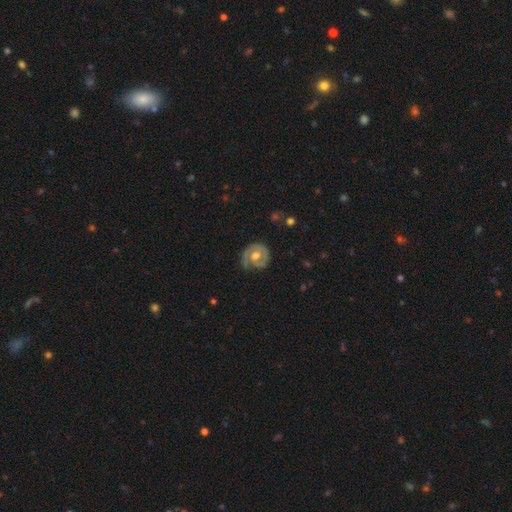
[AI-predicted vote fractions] This is likely a featured or disk galaxy (74%). It is clearly not viewed edge-on (97%). Bar: likely no (63%). Spiral arm pattern: clearly yes (81%). Spiral arm count: possibly 2 (48%). Spiral winding: likely tight (63%). Central bulge: likely moderate (70%). Merging: likely none (69%).